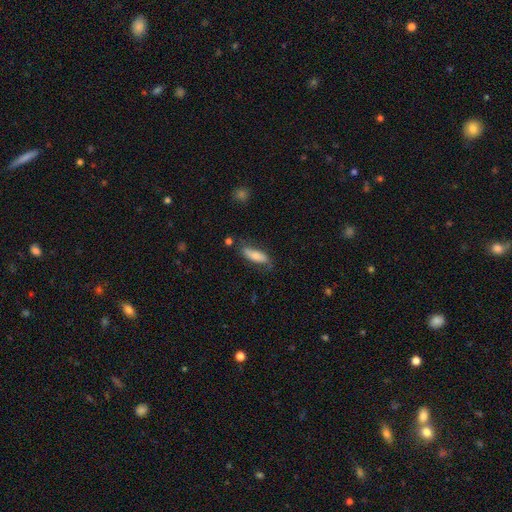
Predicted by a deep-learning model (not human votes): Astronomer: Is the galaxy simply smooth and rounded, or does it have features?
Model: smooth — 62%.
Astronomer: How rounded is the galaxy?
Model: in between — 56% (runner-up: cigar-shaped, 42%).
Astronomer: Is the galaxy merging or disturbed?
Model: none — 62%.